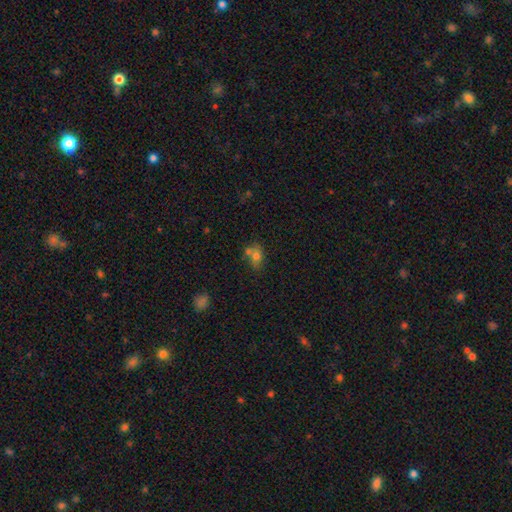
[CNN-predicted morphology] Smooth or featured? smooth (72%)
How rounded? in between (66%)
Merging? none (43%)